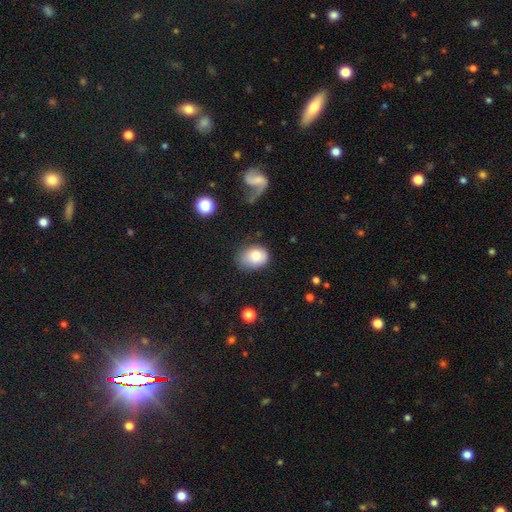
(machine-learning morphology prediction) Smooth or featured? Predicted: smooth (p=0.77). How rounded? Predicted: in between (p=0.57). Merging? Predicted: none (p=0.57).